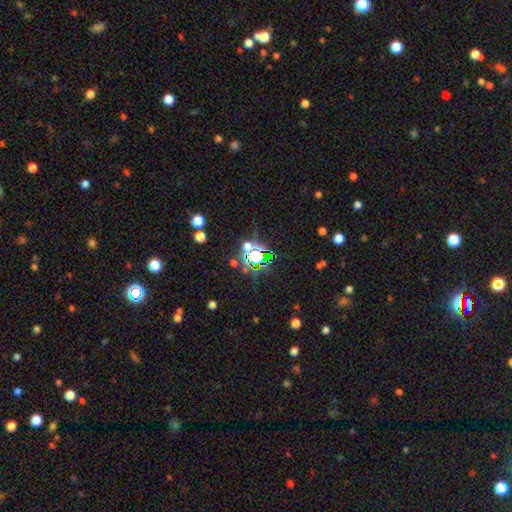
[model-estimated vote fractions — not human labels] smooth-or-featured: star or artifact: 68% | smooth: 22% | featured or disk: 10%